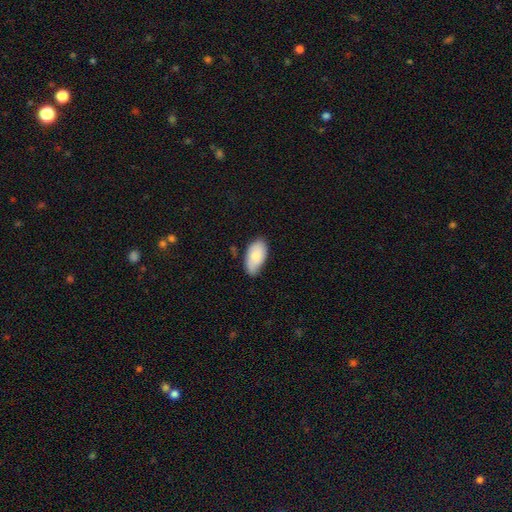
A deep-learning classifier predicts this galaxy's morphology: smooth 77%, featured or disk 16%, star or artifact 6%. Down the decision tree: how rounded — in between (95%); merging — none (64%).